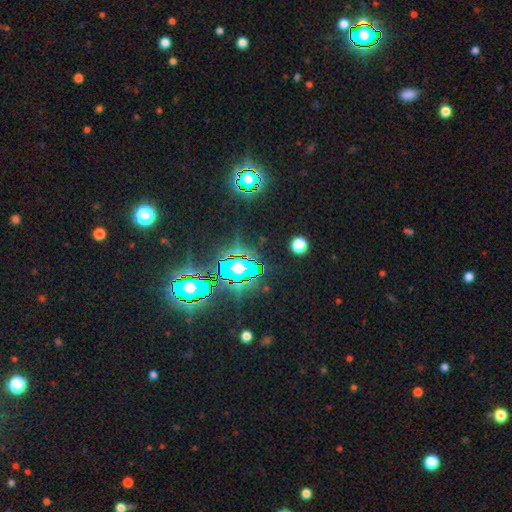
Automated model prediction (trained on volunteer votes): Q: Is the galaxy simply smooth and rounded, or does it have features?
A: star or artifact — 84%.